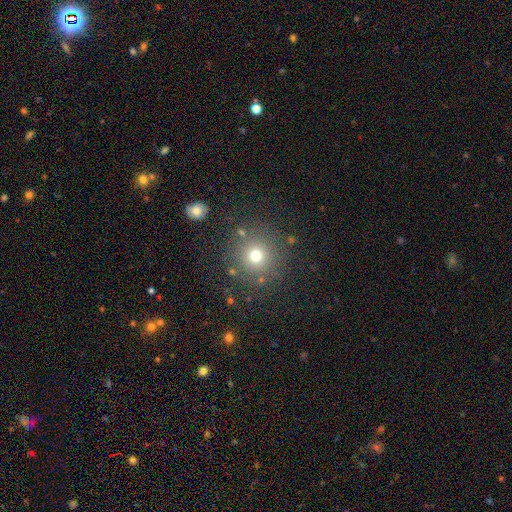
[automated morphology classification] type=smooth (72%); roundness=round (94%); merging=none (85%).